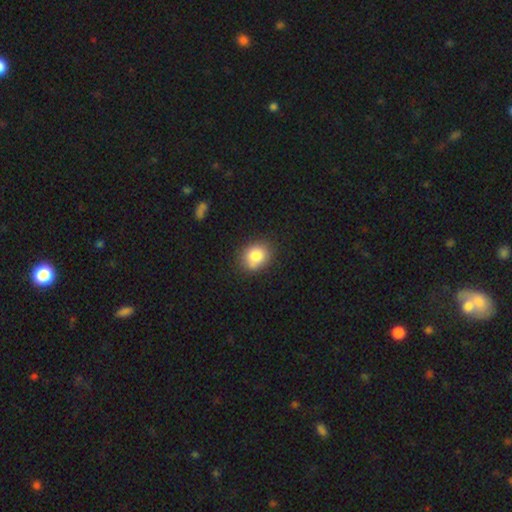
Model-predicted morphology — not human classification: Smooth or featured?
  - smooth: 83% *
  - star or artifact: 9%
  - featured or disk: 8%
How rounded?
  - round: 54% *
  - in between: 45%
  - cigar-shaped: 1%
Merging?
  - none: 77% *
  - minor disturbance: 16%
  - major disturbance: 4%
  - merger: 3%